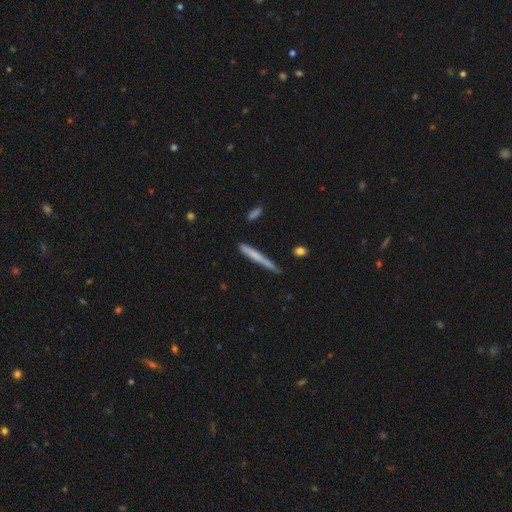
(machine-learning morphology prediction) Q: Smooth or featured?
A: smooth (62%); runner-up: featured or disk (32%)
Q: How rounded?
A: cigar-shaped (96%); runner-up: in between (2%)
Q: Merging?
A: none (76%); runner-up: minor disturbance (18%)